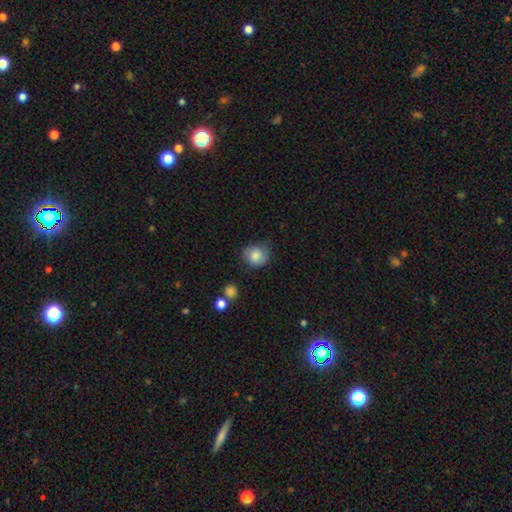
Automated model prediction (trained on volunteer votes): Morphology: type=smooth (82%); roundness=round (80%); merging=none (66%).